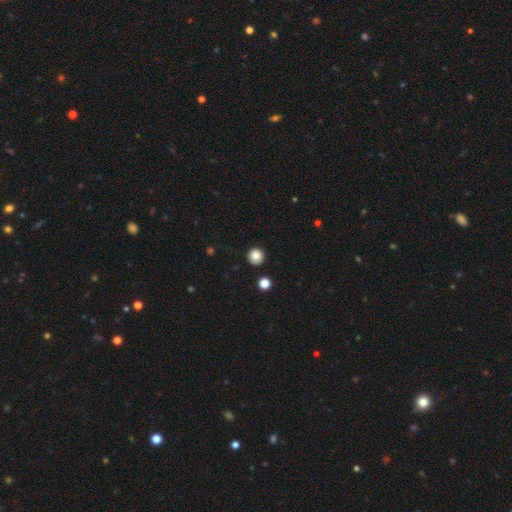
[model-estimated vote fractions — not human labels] A smooth galaxy with no disk features (84%) that is round (93%). Merging: none (90%).